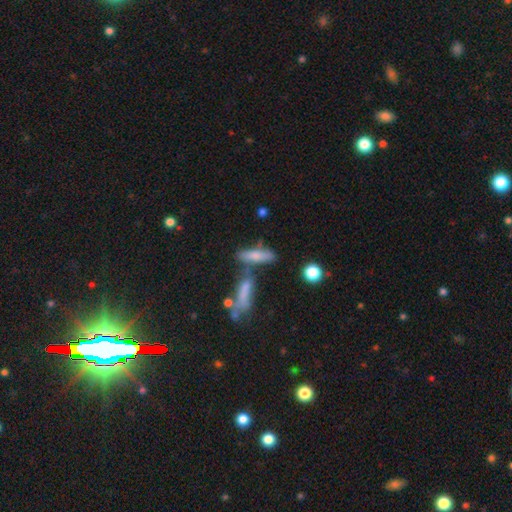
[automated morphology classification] smooth-or-featured: smooth: 70% | featured or disk: 21% | star or artifact: 9%
  how-rounded: cigar-shaped: 62% | in between: 35% | round: 3%
  merging: none: 50% | merger: 30% | minor disturbance: 13% | major disturbance: 6%